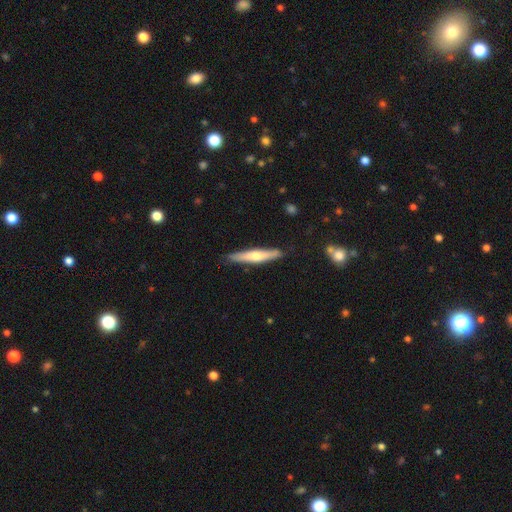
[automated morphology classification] This is possibly a smooth galaxy (50%). How rounded: clearly cigar-shaped (90%). Merging: clearly none (86%).